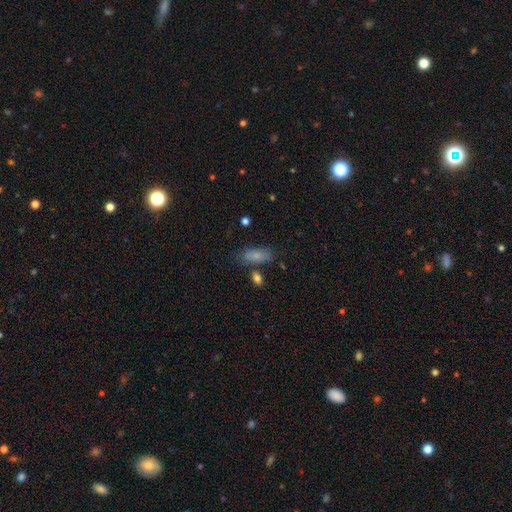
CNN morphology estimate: The model was most divided on "merging": none: 68%, minor disturbance: 19%, merger: 8%, major disturbance: 6%. More confident: how rounded — in between (84%); smooth or featured — smooth (80%).